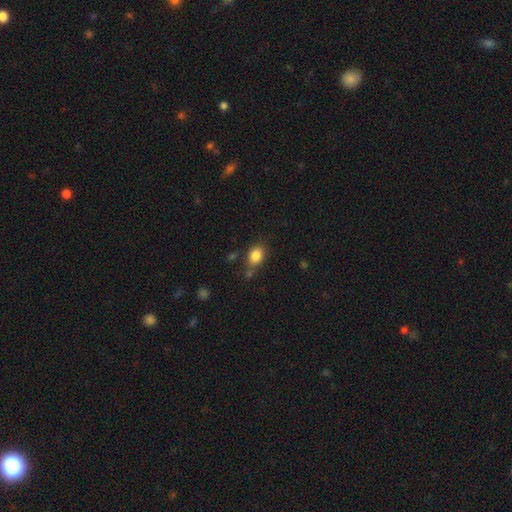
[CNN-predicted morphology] This appears to be a smooth galaxy with no disk features (84%) that is in between round and cigar-shaped (75%). Merging: none (71%).